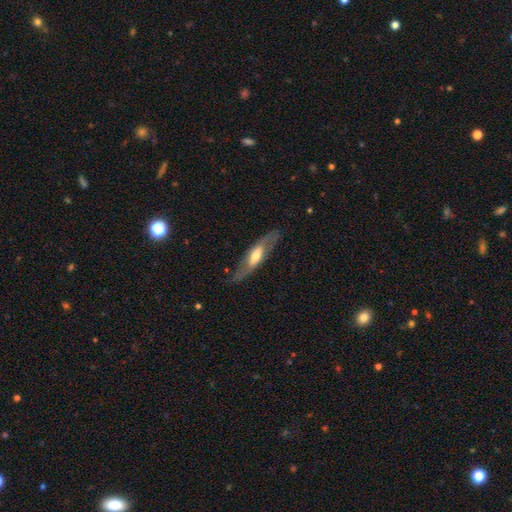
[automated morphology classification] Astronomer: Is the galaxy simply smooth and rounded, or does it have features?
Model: featured or disk — 61%.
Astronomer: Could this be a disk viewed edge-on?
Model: yes — 51% (runner-up: no, 49%).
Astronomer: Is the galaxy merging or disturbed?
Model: none — 79%.